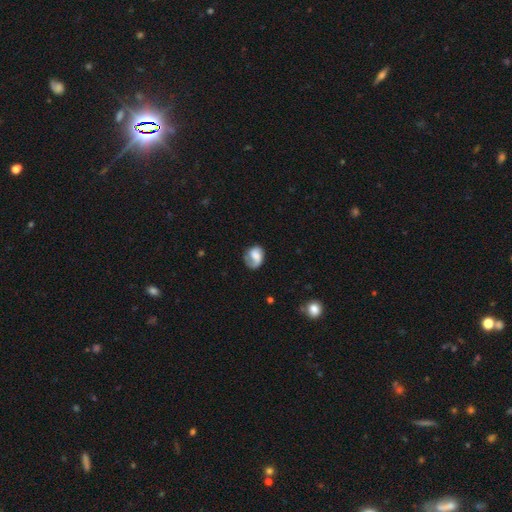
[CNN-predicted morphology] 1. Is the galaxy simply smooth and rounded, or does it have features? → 48% featured or disk, 44% smooth, 8% star or artifact.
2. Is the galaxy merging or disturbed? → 53% none, 26% minor disturbance, 19% major disturbance, 2% merger.